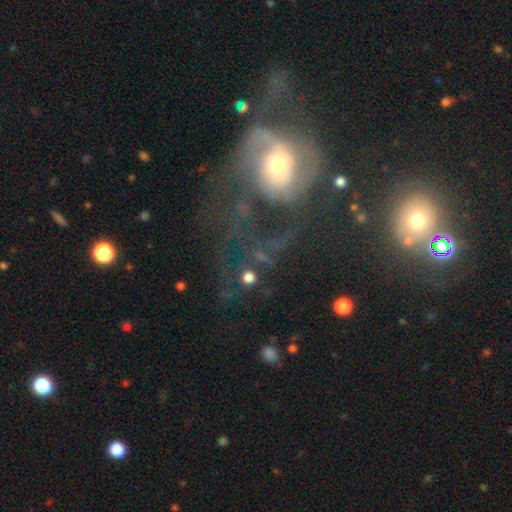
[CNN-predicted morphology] Smooth or featured? featured or disk (61%)
Edge-on disk? no (96%)
Bar? no (65%)
Spiral arms? yes (68%)
Bulge size? moderate (53%)
Merging? major disturbance (39%)